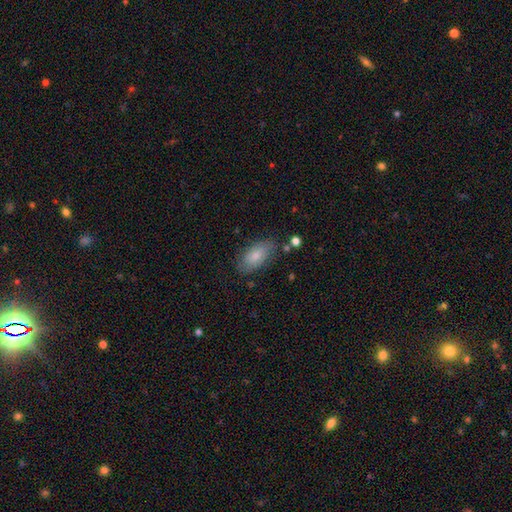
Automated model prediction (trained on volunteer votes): Smooth or featured? Predicted: smooth (p=0.77). How rounded? Predicted: in between (p=0.92). Merging? Predicted: none (p=0.75).